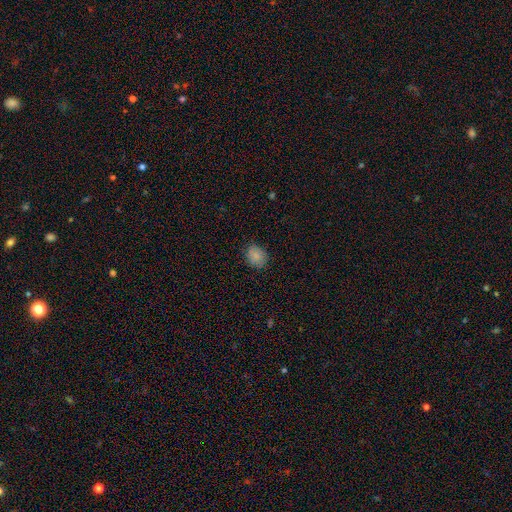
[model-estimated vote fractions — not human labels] Smooth or featured: smooth — 86% (star or artifact — 9%)
How rounded: round — 53% (in between — 46%)
Merging: none — 83% (minor disturbance — 13%)